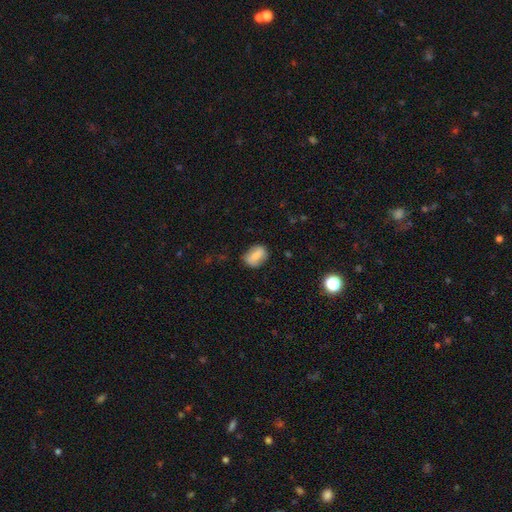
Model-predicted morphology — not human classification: Smooth or featured? Predicted: smooth (p=0.71). How rounded? Predicted: in between (p=0.71). Merging? Predicted: none (p=0.79).